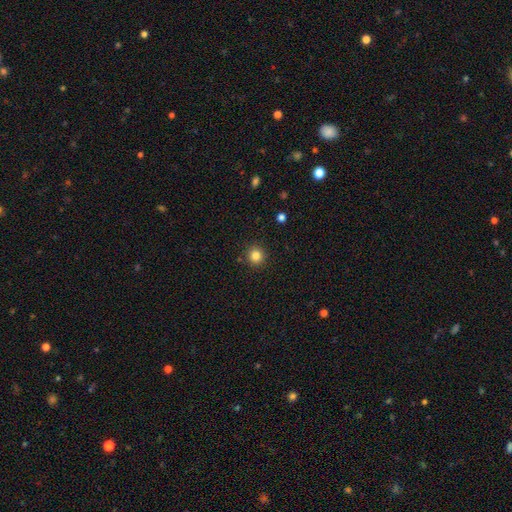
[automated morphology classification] This is clearly a smooth galaxy (83%). How rounded: clearly round (93%). Merging: clearly none (91%).